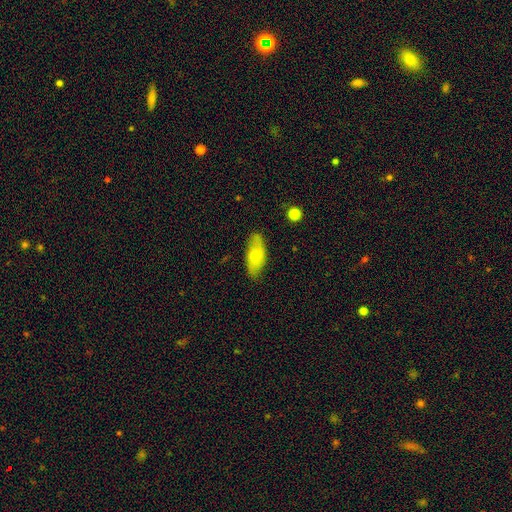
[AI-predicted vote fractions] Overall: smooth (69%). How rounded: in between (85%). Merging: none (79%).